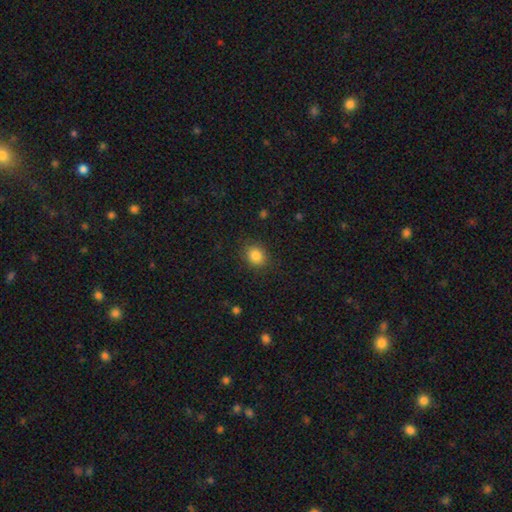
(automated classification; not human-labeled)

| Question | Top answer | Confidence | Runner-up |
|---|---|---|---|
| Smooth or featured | smooth | 85% | star or artifact (10%) |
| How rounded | round | 71% | in between (28%) |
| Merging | none | 87% | minor disturbance (9%) |